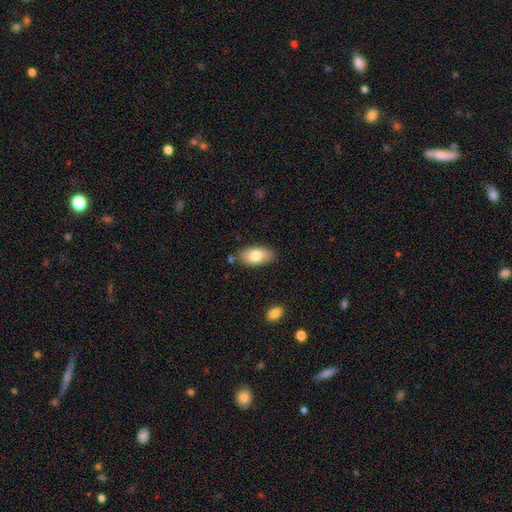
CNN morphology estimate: This appears to be a smooth galaxy with no disk features (79%) that is in between round and cigar-shaped (93%). Merging: none (82%).